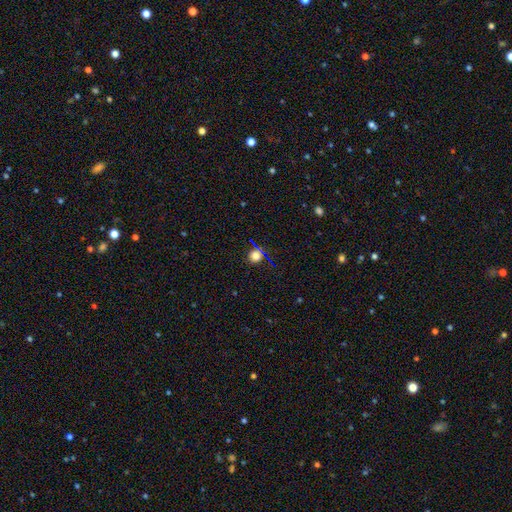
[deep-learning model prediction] Smooth or featured? Predicted: smooth (p=0.64). How rounded? Predicted: round (p=0.92). Merging? Predicted: none (p=0.83).